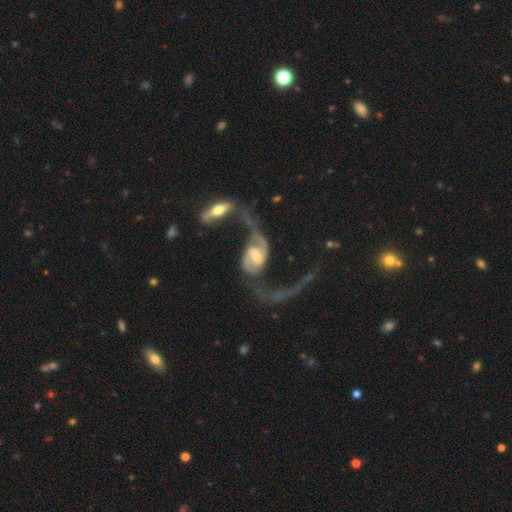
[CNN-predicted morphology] Q: Smooth or featured?
A: featured or disk (90%); runner-up: smooth (6%)
Q: Edge-on disk?
A: no (96%); runner-up: yes (4%)
Q: Bar?
A: weak (51%); runner-up: strong (25%)
Q: Spiral arms?
A: yes (95%); runner-up: no (5%)
Q: Spiral winding?
A: loose (58%); runner-up: medium (30%)
Q: Spiral arm count?
A: 2 (89%); runner-up: 1 (4%)
Q: Bulge size?
A: moderate (54%); runner-up: small (35%)
Q: Merging?
A: merger (42%); runner-up: major disturbance (29%)